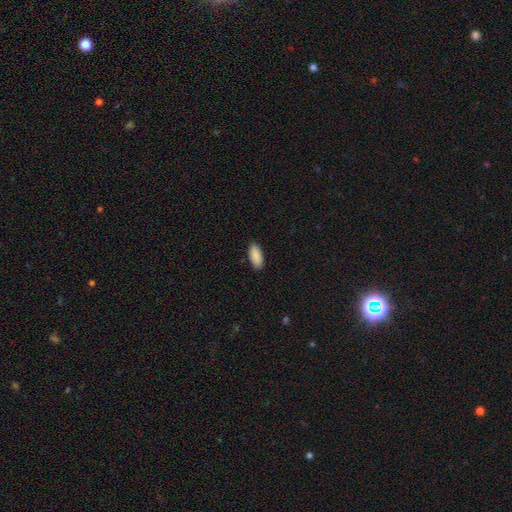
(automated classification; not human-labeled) smooth 91%, star or artifact 6%, featured or disk 3%. Down the decision tree: how rounded — in between (89%); merging — none (89%).